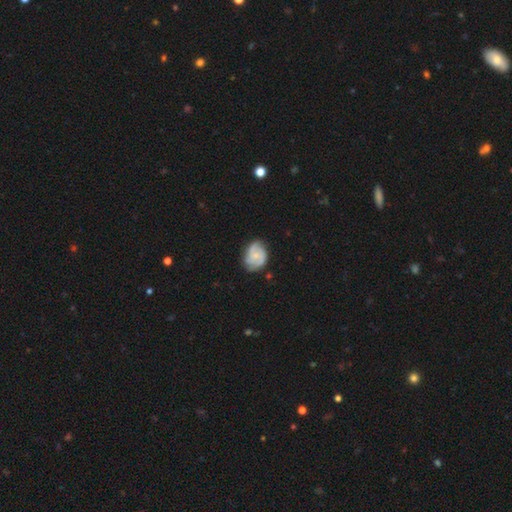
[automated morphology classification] Overall: featured or disk (67%; smooth 27%). Edge-on disk: no (98%). Bar: no (67%; weak 29%). Spiral arms: yes (90%). Spiral arm count: 2 (41%; 3 28%). Spiral winding: medium (43%; tight 41%). Bulge size: small (62%; moderate 26%). Merging: none (65%; minor disturbance 26%).